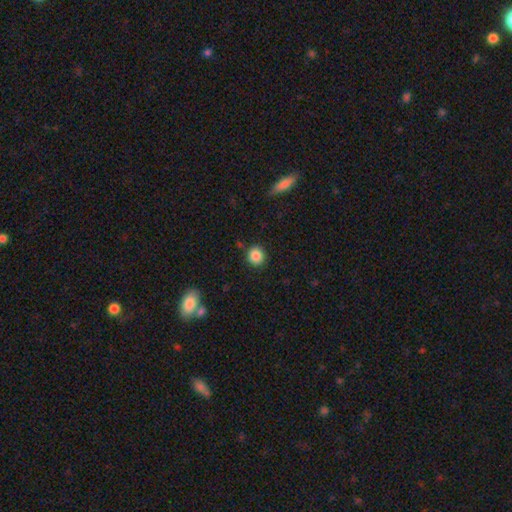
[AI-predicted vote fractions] Smooth or featured? Predicted: smooth (p=0.87). How rounded? Predicted: round (p=0.88). Merging? Predicted: none (p=0.87).